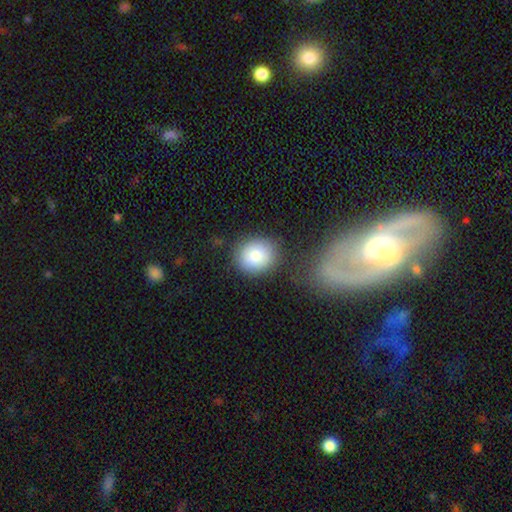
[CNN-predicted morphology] Smooth or featured?
  - smooth: 82% *
  - featured or disk: 9%
  - star or artifact: 8%
How rounded?
  - round: 69% *
  - in between: 30%
  - cigar-shaped: 1%
Merging?
  - none: 80% *
  - minor disturbance: 11%
  - merger: 5%
  - major disturbance: 4%